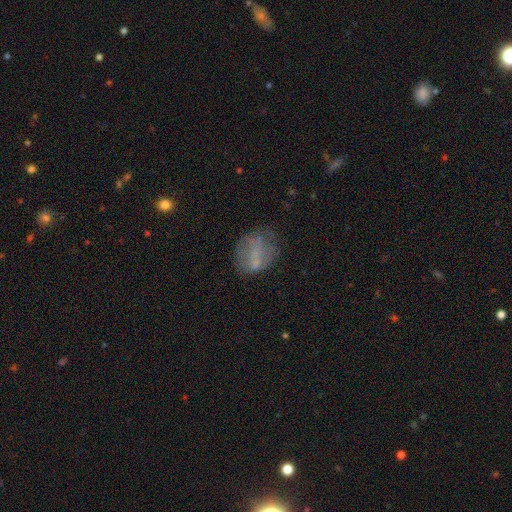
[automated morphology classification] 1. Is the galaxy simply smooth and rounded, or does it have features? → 56% smooth, 32% featured or disk, 12% star or artifact.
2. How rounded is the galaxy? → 62% in between, 37% round, 2% cigar-shaped.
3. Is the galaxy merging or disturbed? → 52% none, 25% minor disturbance, 19% major disturbance, 4% merger.